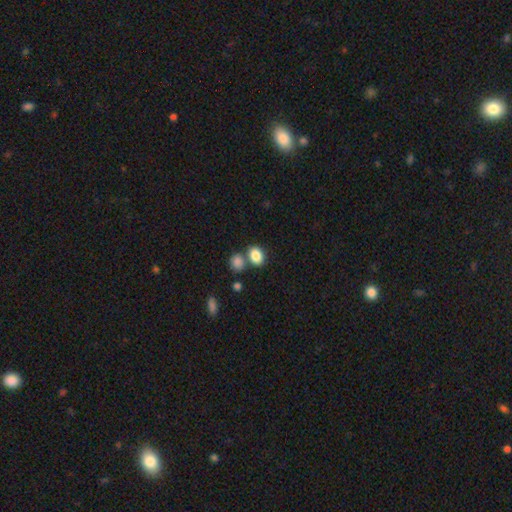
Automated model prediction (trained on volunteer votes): Overall: smooth (85%). How rounded: in between (62%; round 37%). Merging: none (57%; merger 28%).